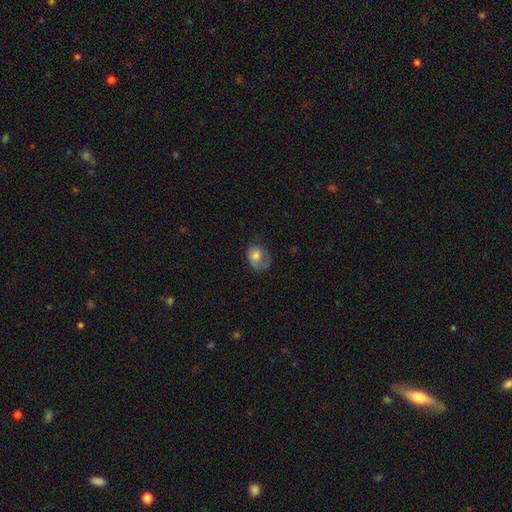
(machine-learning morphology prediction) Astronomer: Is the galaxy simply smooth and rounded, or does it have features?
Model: smooth — 61%.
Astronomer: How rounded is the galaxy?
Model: in between — 54% (runner-up: round, 45%).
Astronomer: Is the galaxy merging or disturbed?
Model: none — 42% (runner-up: minor disturbance, 28%).